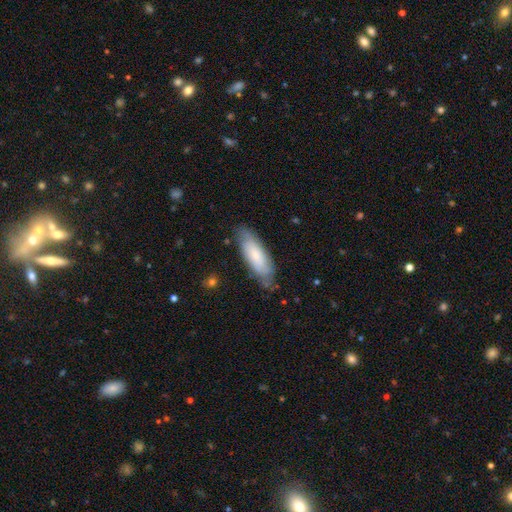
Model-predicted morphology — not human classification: Smooth or featured? Predicted: smooth (p=0.66). How rounded? Predicted: in between (p=0.58). Merging? Predicted: none (p=0.75).